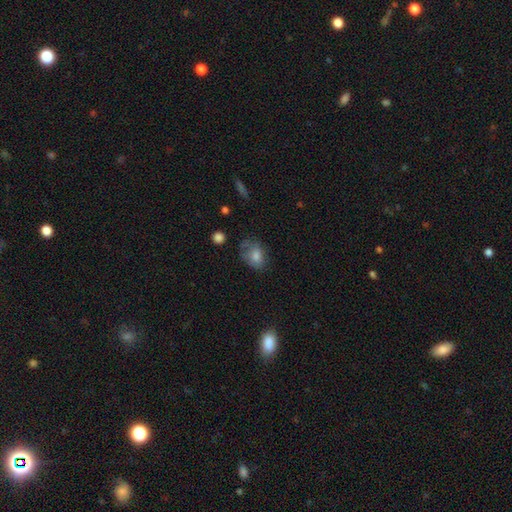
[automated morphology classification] This is likely a smooth galaxy (65%). How rounded: likely in between (71%). Merging: possibly none (49%).